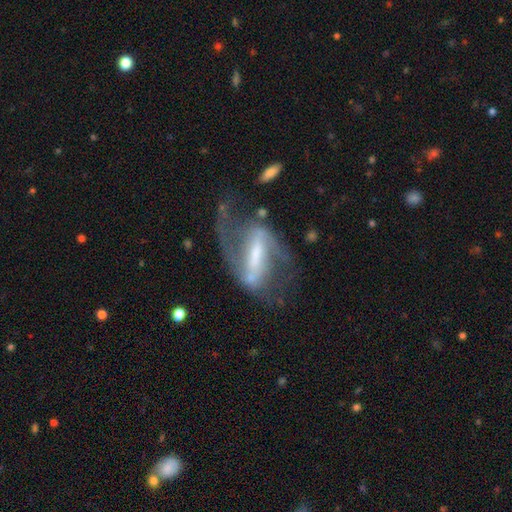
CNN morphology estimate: smooth_or_featured: featured or disk (p=0.85) [alt: smooth p=0.08]
disk_edge_on: no (p=0.92) [alt: yes p=0.08]
bar: strong (p=0.66) [alt: weak p=0.26]
has_spiral_arms: yes (p=0.92) [alt: no p=0.08]
spiral_winding: loose (p=0.47) [alt: medium p=0.41]
spiral_arm_count: 2 (p=0.87) [alt: can't tell p=0.05]
bulge_size: small (p=0.35) [alt: moderate p=0.33]
merging: none (p=0.53) [alt: major disturbance p=0.24]